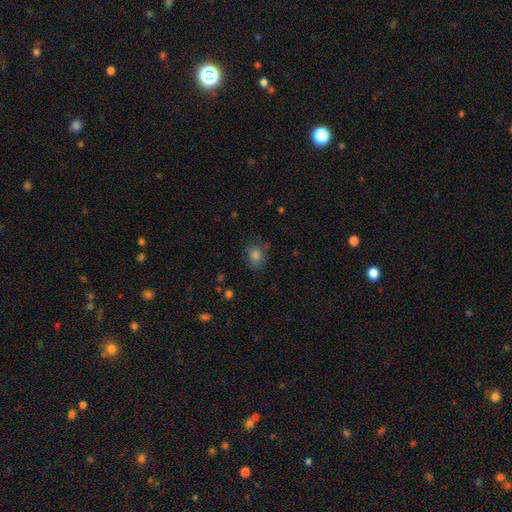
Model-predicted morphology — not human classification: A smooth galaxy with no disk features (81%) that is round (55%).

Vote fractions:
- Smooth or featured? smooth: 81% / star or artifact: 10% / featured or disk: 9%
- How rounded? round: 55% / in between: 44% / cigar-shaped: 1%
- Merging? none: 71% / minor disturbance: 20% / major disturbance: 7% / merger: 2%